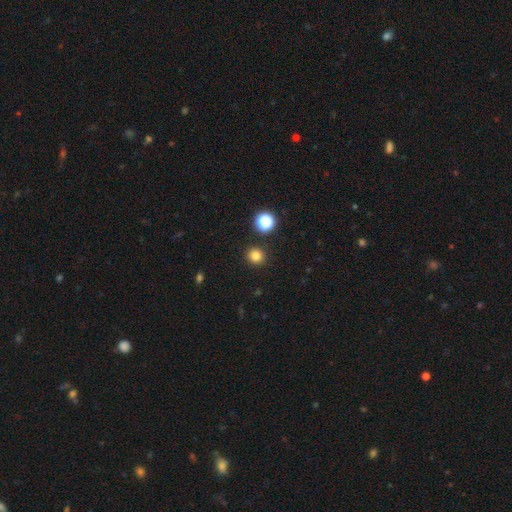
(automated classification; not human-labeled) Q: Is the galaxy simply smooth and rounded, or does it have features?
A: smooth — 80%.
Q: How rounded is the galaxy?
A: round — 91%.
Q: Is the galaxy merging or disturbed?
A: none — 91%.